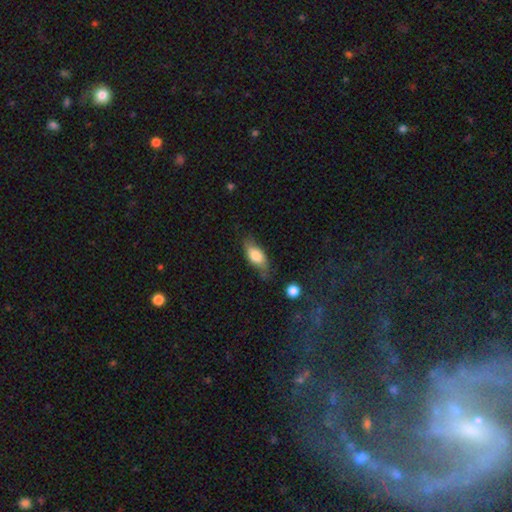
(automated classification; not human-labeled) Smooth or featured? Predicted: smooth (p=0.74). How rounded? Predicted: in between (p=0.83). Merging? Predicted: none (p=0.63).